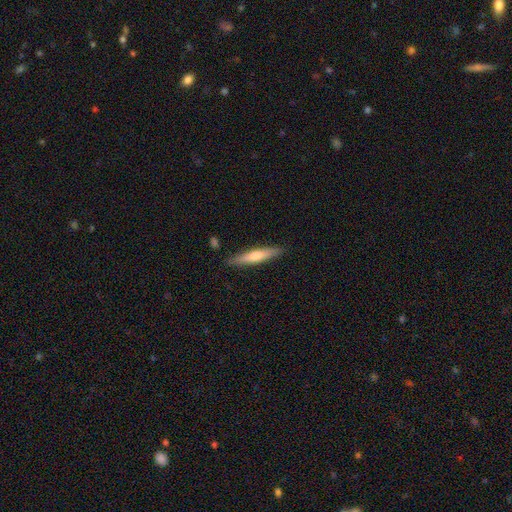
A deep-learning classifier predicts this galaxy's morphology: Smooth or featured?
  - smooth: 52% *
  - featured or disk: 42%
  - star or artifact: 6%
How rounded?
  - cigar-shaped: 91% *
  - in between: 8%
  - round: 1%
Merging?
  - none: 87% *
  - minor disturbance: 9%
  - merger: 2%
  - major disturbance: 2%